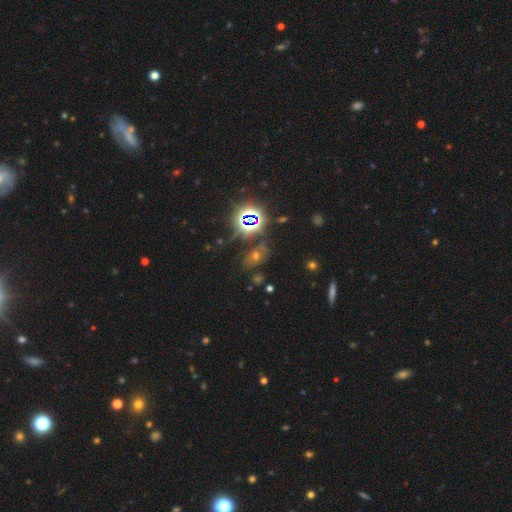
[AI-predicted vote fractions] Overall: star or artifact (48%; smooth 34%).